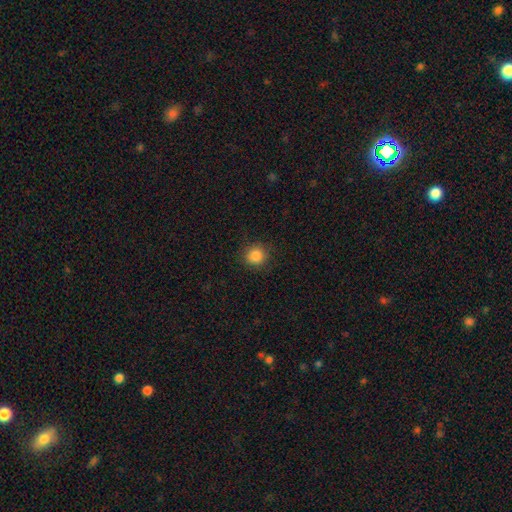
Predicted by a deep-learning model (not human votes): The model was most divided on "smooth or featured": smooth: 85%, star or artifact: 11%, featured or disk: 4%. More confident: how rounded — round (90%); merging — none (89%).